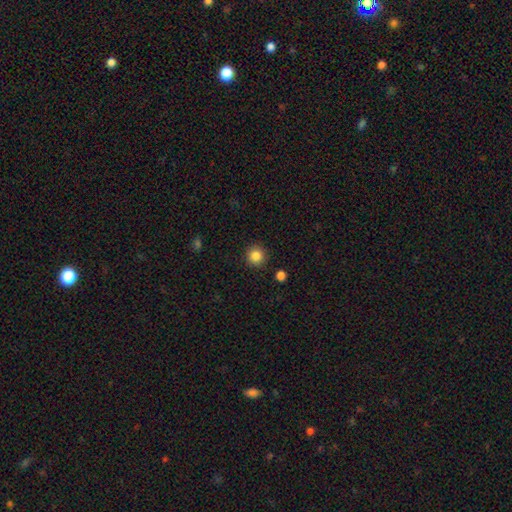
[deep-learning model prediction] Smooth or featured?
  - smooth: 85% *
  - star or artifact: 11%
  - featured or disk: 4%
How rounded?
  - round: 95% *
  - in between: 5%
  - cigar-shaped: 1%
Merging?
  - none: 91% *
  - minor disturbance: 5%
  - major disturbance: 2%
  - merger: 1%